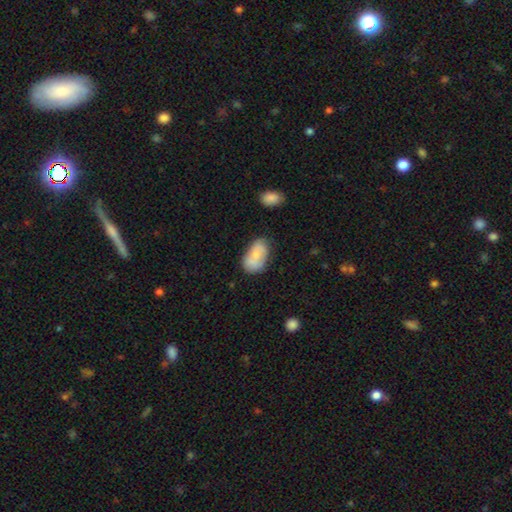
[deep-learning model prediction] A smooth galaxy with no disk features (74%) that is in between round and cigar-shaped (92%). Merging: none (59%).